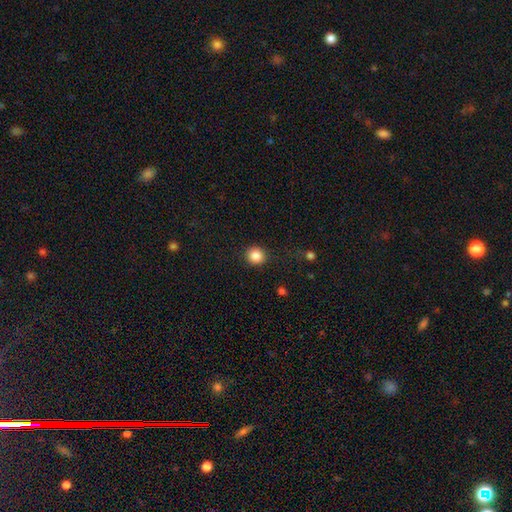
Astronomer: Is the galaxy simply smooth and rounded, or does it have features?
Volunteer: smooth — 90%.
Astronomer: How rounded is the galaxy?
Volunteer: round — 94%.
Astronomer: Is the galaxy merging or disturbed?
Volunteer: none — 86%.